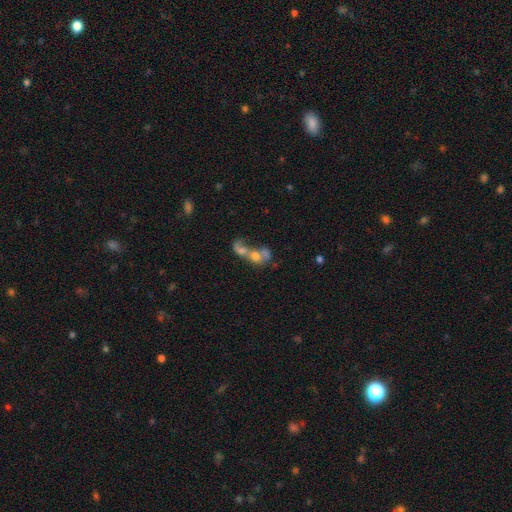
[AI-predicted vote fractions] Smooth or featured? smooth (49%)
Merging? merger (75%)